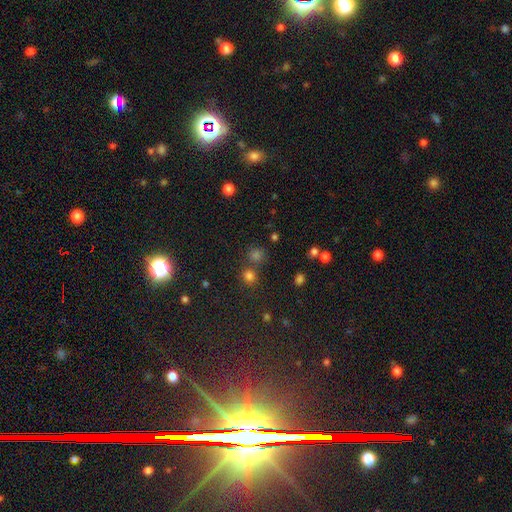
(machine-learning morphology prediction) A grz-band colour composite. It shows a smooth galaxy with no disk features (55%) that is round (90%). Merging: none (74%).